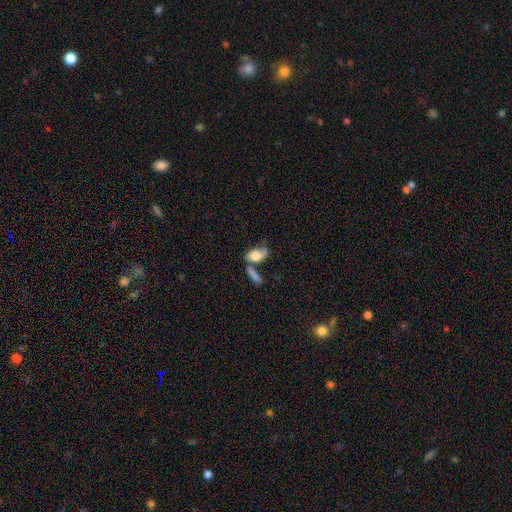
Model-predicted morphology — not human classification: Smooth or featured? smooth (58%)
How rounded? in between (81%)
Merging? merger (31%)